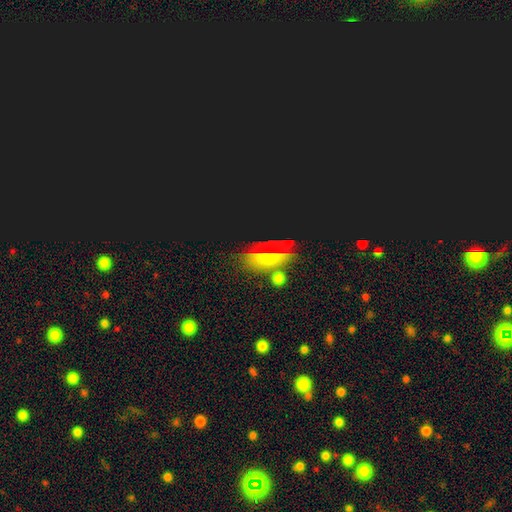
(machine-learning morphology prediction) A star or artifact, not a galaxy (43%).

Vote fractions:
- Smooth or featured? star or artifact: 43% / smooth: 37% / featured or disk: 21%